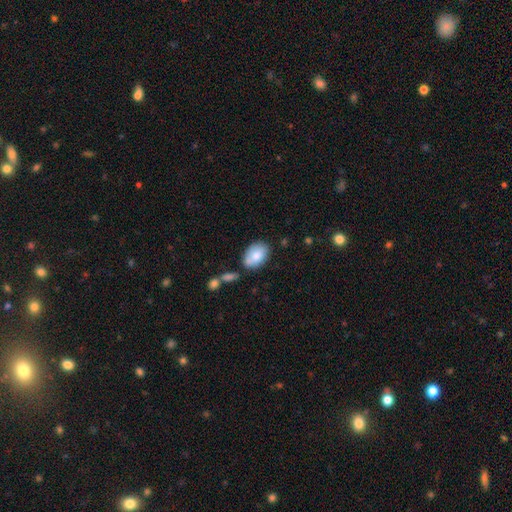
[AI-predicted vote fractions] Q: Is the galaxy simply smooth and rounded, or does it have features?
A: smooth — 79%.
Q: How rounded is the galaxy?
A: in between — 87%.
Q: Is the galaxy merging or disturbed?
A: none — 65%.